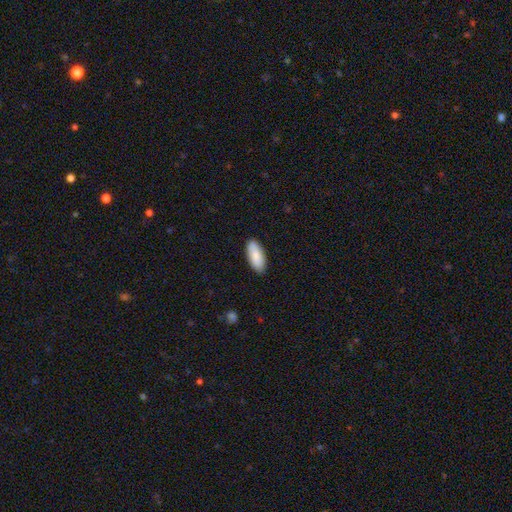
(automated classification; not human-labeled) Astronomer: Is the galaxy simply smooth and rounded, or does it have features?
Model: smooth — 86%.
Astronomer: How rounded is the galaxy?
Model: in between — 84%.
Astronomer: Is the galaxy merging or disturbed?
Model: none — 88%.